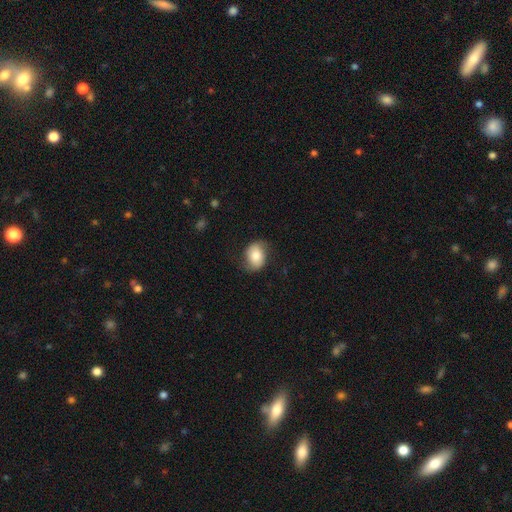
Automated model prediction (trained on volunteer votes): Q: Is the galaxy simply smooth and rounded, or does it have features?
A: smooth — 72%.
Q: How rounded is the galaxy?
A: in between — 71%.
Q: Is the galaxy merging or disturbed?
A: none — 71%.